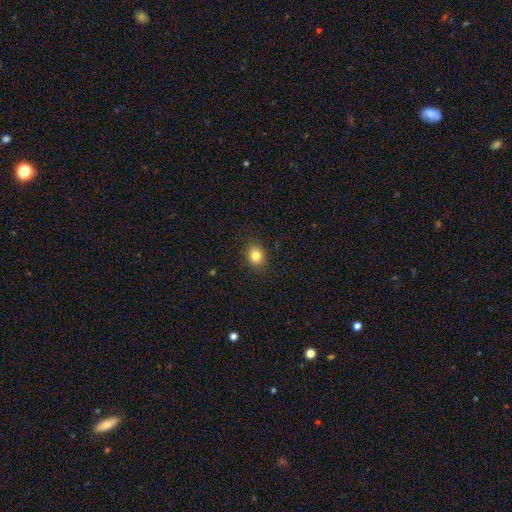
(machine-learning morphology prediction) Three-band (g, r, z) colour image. It shows a smooth galaxy with no disk features (83%) that is round (67%). Merging: none (89%).